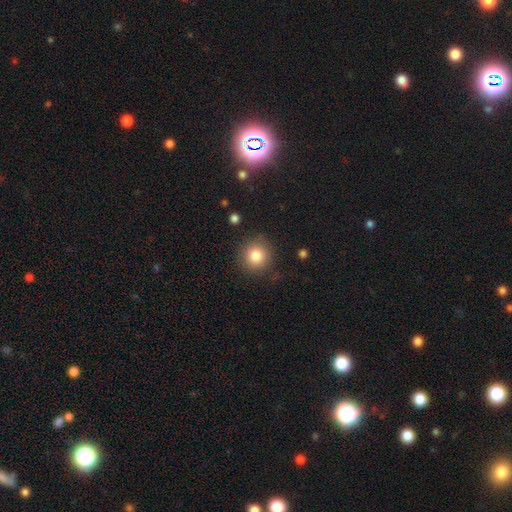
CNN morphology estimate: Smooth or featured: smooth — 83% (star or artifact — 10%)
How rounded: round — 92% (in between — 7%)
Merging: none — 86% (minor disturbance — 9%)